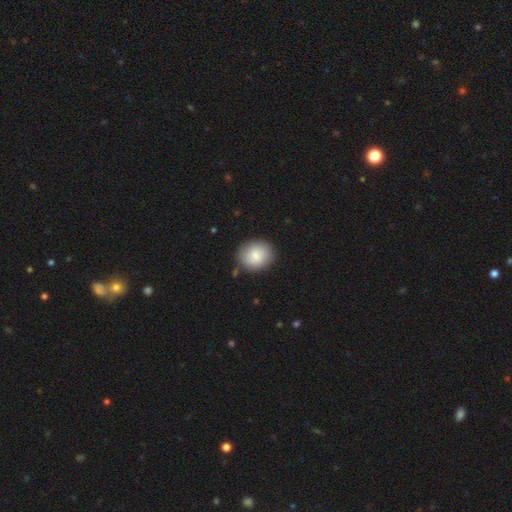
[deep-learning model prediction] The model was most divided on "how rounded": round: 70%, in between: 29%, cigar-shaped: 1%. More confident: merging — none (85%); smooth or featured — smooth (82%).